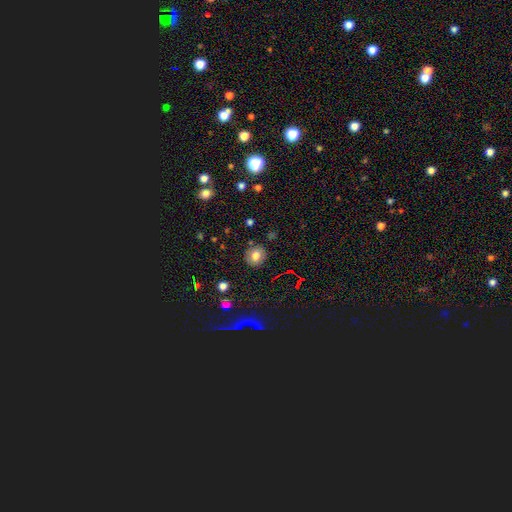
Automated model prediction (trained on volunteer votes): Morphology: type=smooth (76%); roundness=round (85%); merging=none (88%).